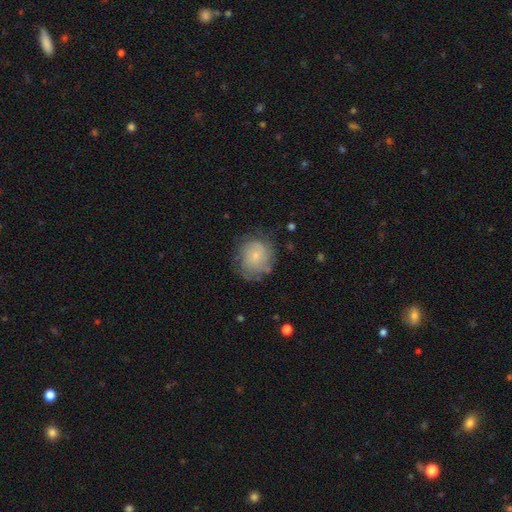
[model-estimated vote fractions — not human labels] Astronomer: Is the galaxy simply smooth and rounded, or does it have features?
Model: smooth — 46% (runner-up: featured or disk, 45%).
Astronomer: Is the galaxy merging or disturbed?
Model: none — 63%.